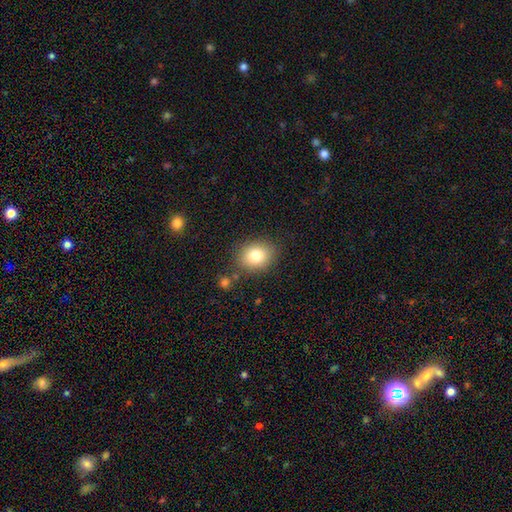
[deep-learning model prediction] This appears to be a smooth galaxy with no disk features (80%) that is round (55%). Merging: none (83%).